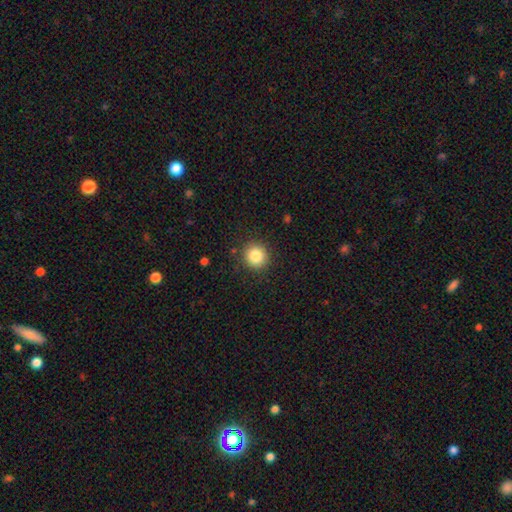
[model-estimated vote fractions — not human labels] Q: Smooth or featured?
A: smooth (84%); runner-up: star or artifact (10%)
Q: How rounded?
A: round (92%); runner-up: in between (7%)
Q: Merging?
A: none (90%); runner-up: minor disturbance (7%)